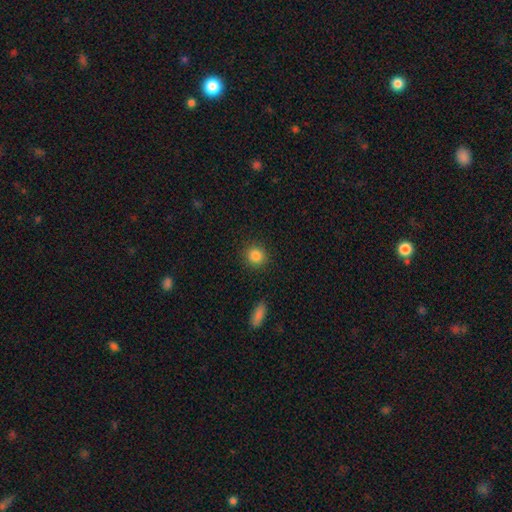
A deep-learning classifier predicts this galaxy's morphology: A smooth galaxy with no disk features (85%) that is round (89%).

Vote fractions:
- Smooth or featured? smooth: 85% / star or artifact: 10% / featured or disk: 5%
- How rounded? round: 89% / in between: 10% / cigar-shaped: 1%
- Merging? none: 90% / minor disturbance: 6% / major disturbance: 2% / merger: 1%